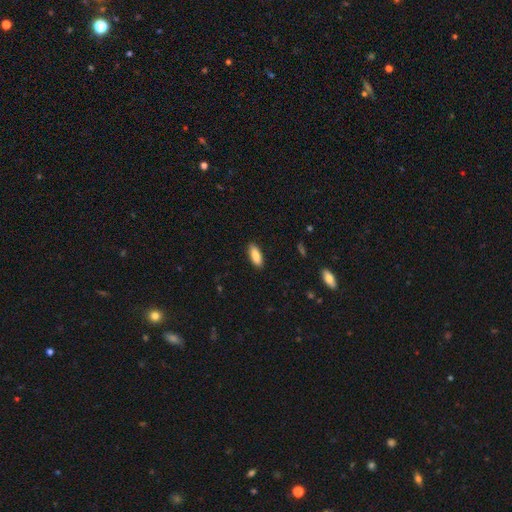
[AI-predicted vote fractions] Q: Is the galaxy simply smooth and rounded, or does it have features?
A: smooth — 87%.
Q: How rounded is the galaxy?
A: in between — 76%.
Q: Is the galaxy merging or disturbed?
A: none — 89%.